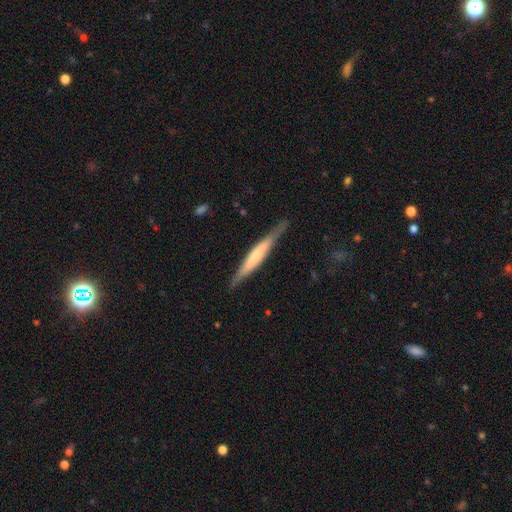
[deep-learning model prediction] Morphology: type=featured or disk (57%); edge-on=yes (95%); edge-on bulge=none (38%); merging=none (84%).